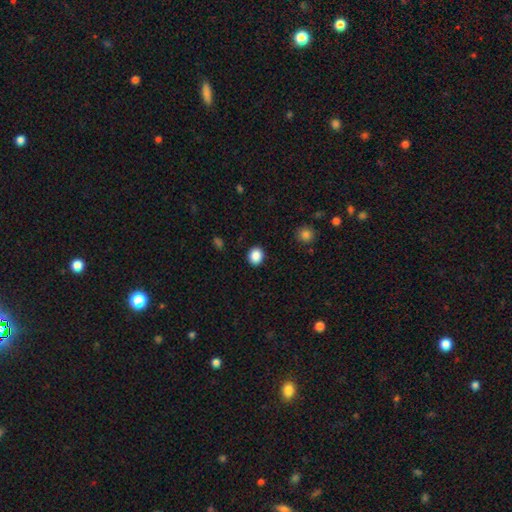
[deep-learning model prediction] Smooth or featured? smooth (87%)
How rounded? round (68%)
Merging? none (90%)